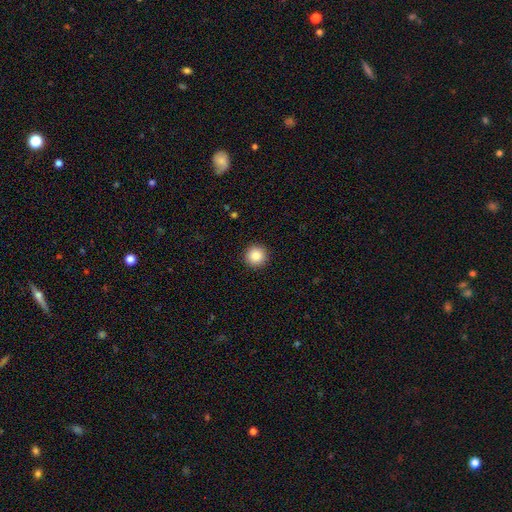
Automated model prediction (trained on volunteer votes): This appears to be a smooth galaxy with no disk features (87%) that is round (96%). Merging: none (93%).